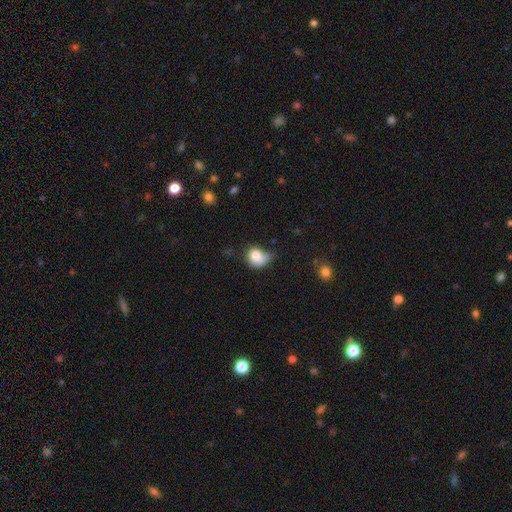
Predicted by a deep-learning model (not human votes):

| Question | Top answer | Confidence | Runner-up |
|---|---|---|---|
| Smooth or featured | smooth | 76% | featured or disk (14%) |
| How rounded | round | 64% | in between (35%) |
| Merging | none | 31% | minor disturbance (29%) |